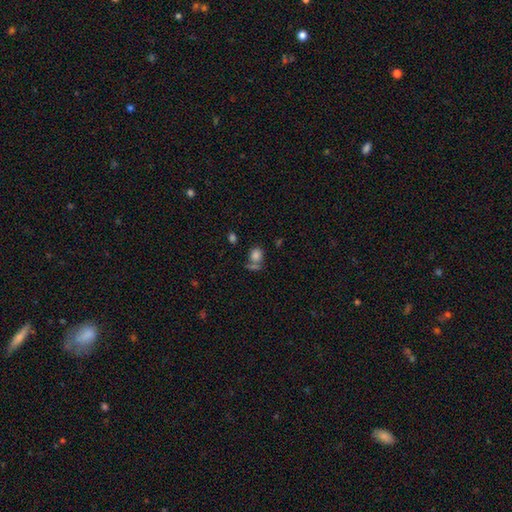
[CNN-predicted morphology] Smooth or featured? smooth (80%)
How rounded? round (60%)
Merging? none (50%)